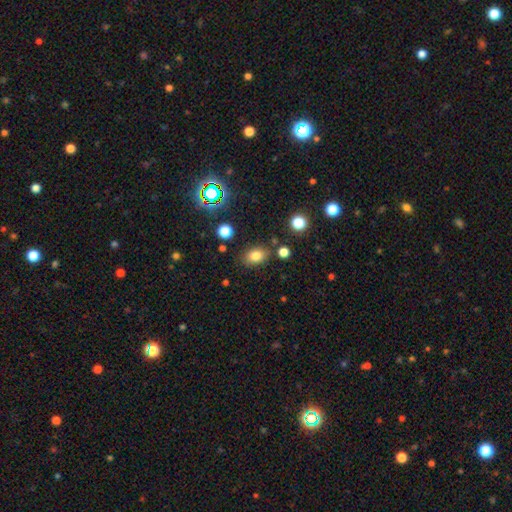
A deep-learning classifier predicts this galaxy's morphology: This is likely a smooth galaxy (79%). How rounded: likely in between (77%). Merging: clearly none (80%).